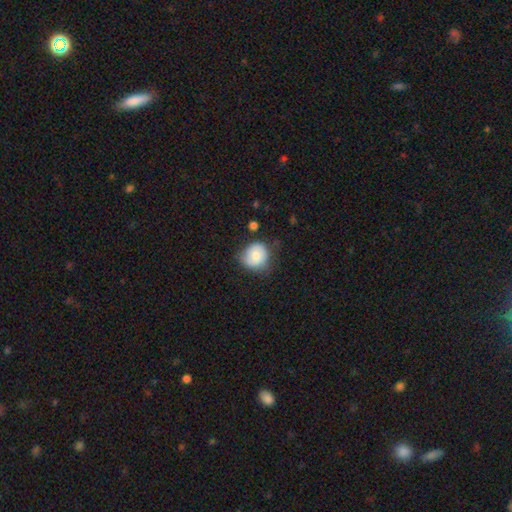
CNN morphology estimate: type=smooth (73%); roundness=round (82%); merging=none (61%).